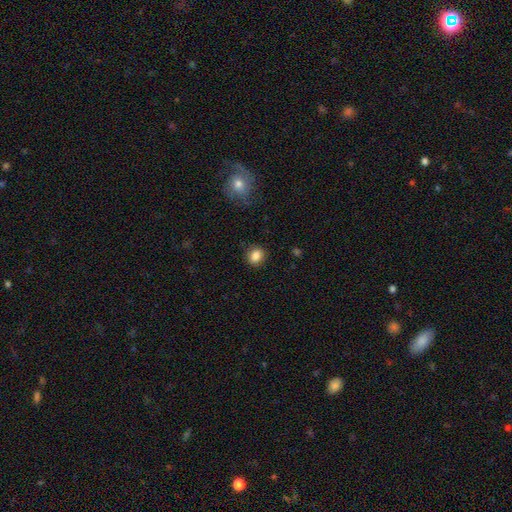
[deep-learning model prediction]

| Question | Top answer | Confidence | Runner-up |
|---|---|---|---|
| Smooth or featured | smooth | 86% | star or artifact (10%) |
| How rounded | round | 59% | in between (40%) |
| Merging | none | 87% | minor disturbance (10%) |